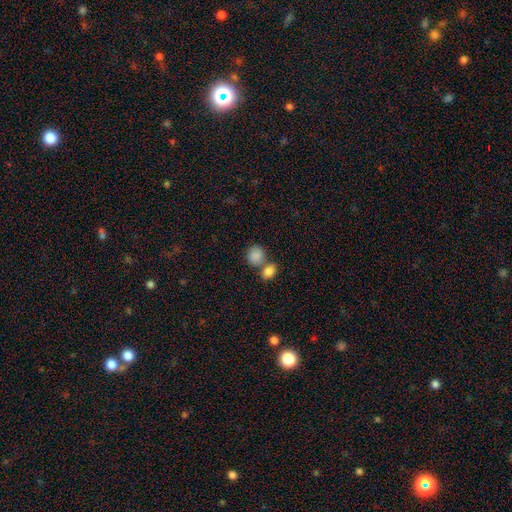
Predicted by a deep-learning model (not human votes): This is clearly a smooth galaxy (86%). How rounded: likely round (69%). Merging: possibly none (46%).